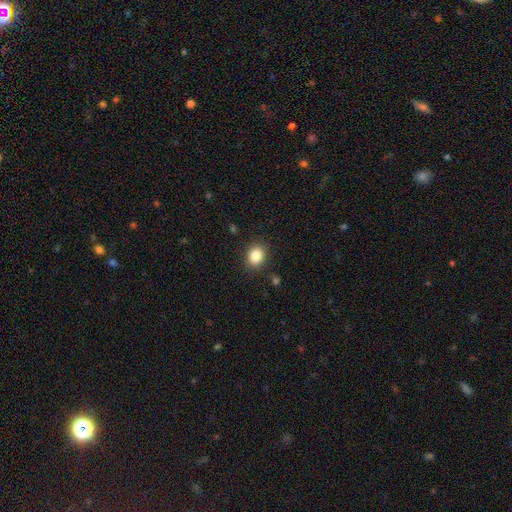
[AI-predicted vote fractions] smooth-or-featured: smooth: 85% | star or artifact: 10% | featured or disk: 6%
  how-rounded: round: 50% | in between: 49% | cigar-shaped: 1%
  merging: none: 87% | minor disturbance: 9% | major disturbance: 3% | merger: 1%